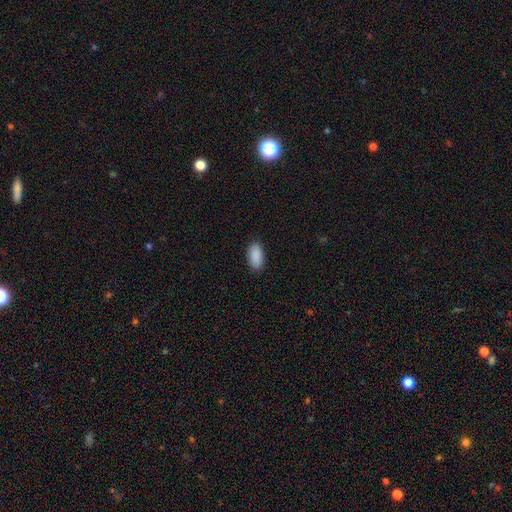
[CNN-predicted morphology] smooth-or-featured: smooth: 91% | star or artifact: 6% | featured or disk: 3%
  how-rounded: in between: 94% | cigar-shaped: 4% | round: 2%
  merging: none: 89% | minor disturbance: 8% | major disturbance: 2% | merger: 1%